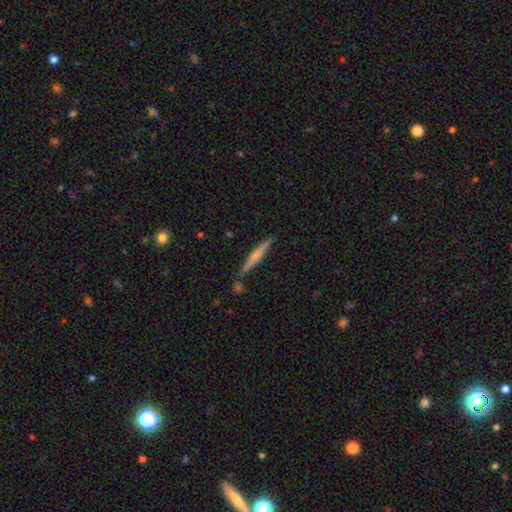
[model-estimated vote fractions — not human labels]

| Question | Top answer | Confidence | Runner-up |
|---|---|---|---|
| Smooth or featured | featured or disk | 50% | smooth (44%) |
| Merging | none | 83% | minor disturbance (10%) |